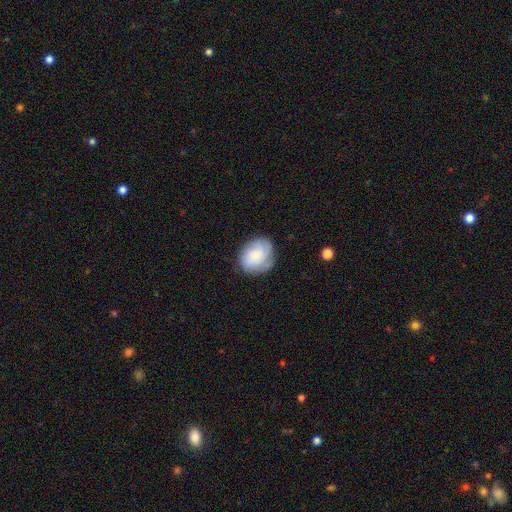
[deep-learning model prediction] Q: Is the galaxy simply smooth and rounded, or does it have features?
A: smooth — 66%.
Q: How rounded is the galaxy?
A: round — 55%.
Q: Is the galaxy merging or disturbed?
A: none — 72%.